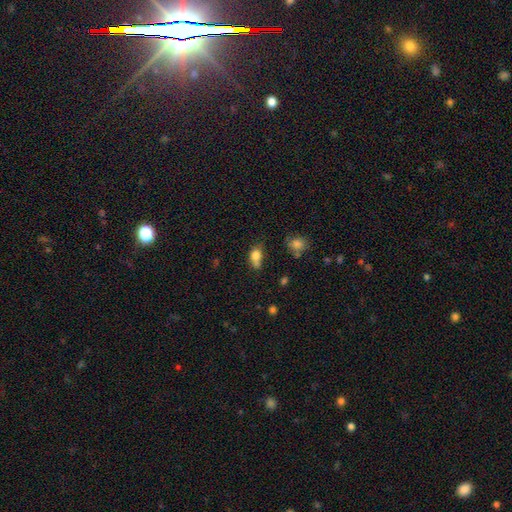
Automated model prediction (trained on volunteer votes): A smooth galaxy with no disk features (78%) that is in between round and cigar-shaped (64%). Merging: none (36%).